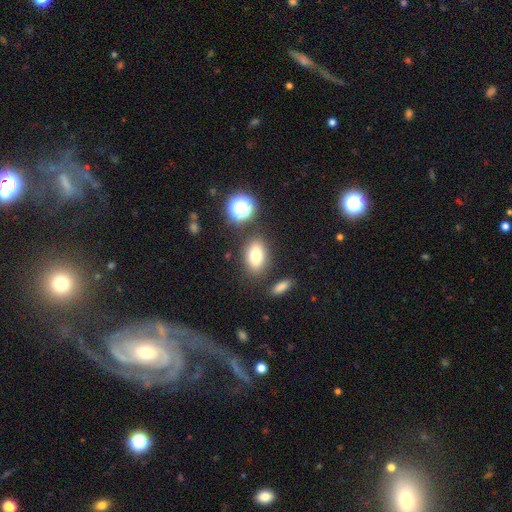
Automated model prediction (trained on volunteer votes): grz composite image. It shows a smooth galaxy with no disk features (76%) that is in between round and cigar-shaped (80%). Merging: none (80%).